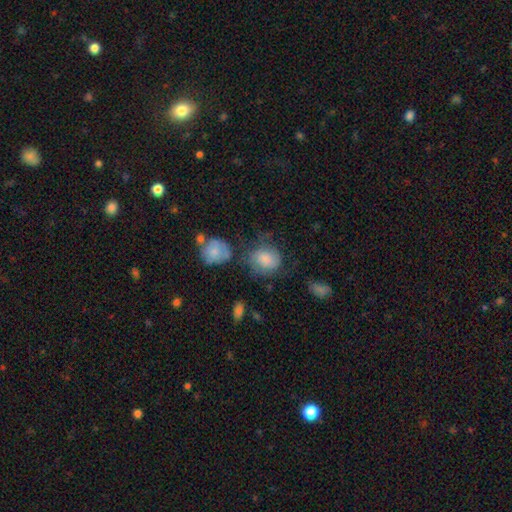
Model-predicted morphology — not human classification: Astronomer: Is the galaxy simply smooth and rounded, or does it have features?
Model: smooth — 60%.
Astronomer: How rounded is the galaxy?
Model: round — 63%.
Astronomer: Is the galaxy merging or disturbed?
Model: none — 55%.